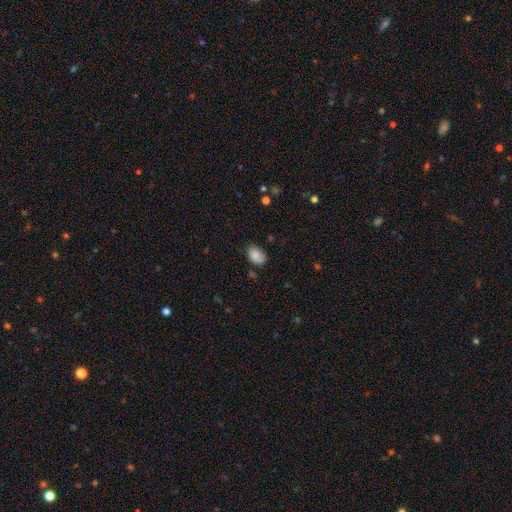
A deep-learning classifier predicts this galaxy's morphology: type=smooth (83%); roundness=in between (85%); merging=none (69%).